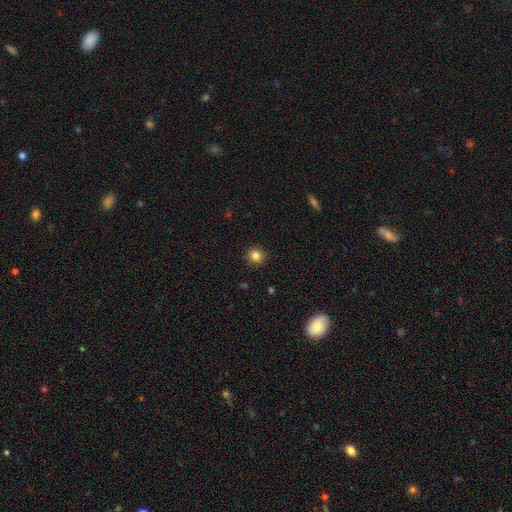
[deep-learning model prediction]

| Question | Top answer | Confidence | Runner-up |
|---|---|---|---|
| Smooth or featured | smooth | 84% | star or artifact (11%) |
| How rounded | round | 93% | in between (6%) |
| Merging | none | 92% | minor disturbance (5%) |